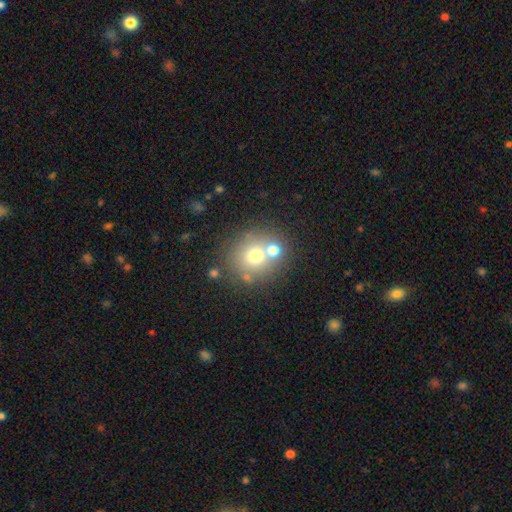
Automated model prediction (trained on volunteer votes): The model was most divided on "merging": none: 58%, merger: 29%, minor disturbance: 9%, major disturbance: 4%. More confident: how rounded — round (85%); smooth or featured — smooth (67%).